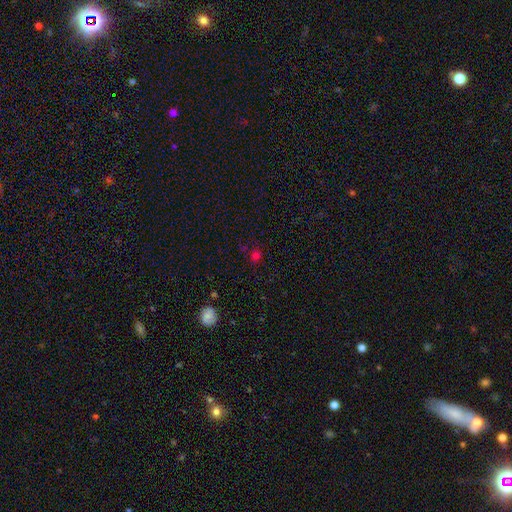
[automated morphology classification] type=smooth (63%); roundness=round (81%); merging=none (80%).